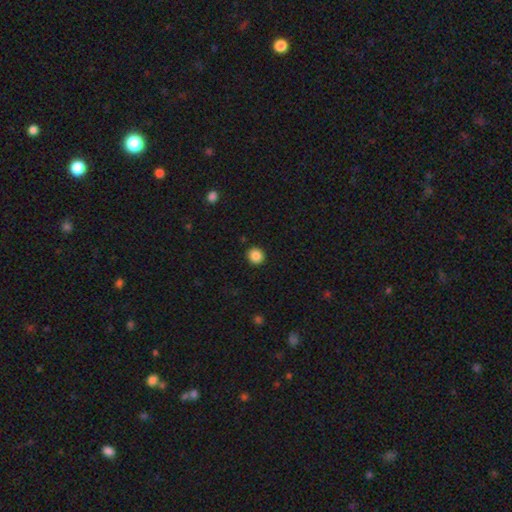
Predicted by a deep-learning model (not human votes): This appears to be a smooth galaxy with no disk features (87%) that is round (91%). Merging: none (91%).